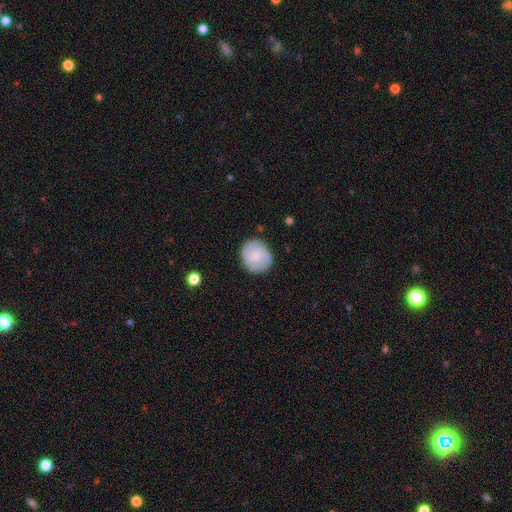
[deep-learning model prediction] Overall: featured or disk (58%; smooth 36%). Edge-on disk: no (98%). Bar: weak (47%; no 46%). Spiral arms: yes (92%). Spiral arm count: 2 (74%). Spiral winding: medium (48%; tight 34%). Bulge size: small (56%; moderate 24%). Merging: none (84%).